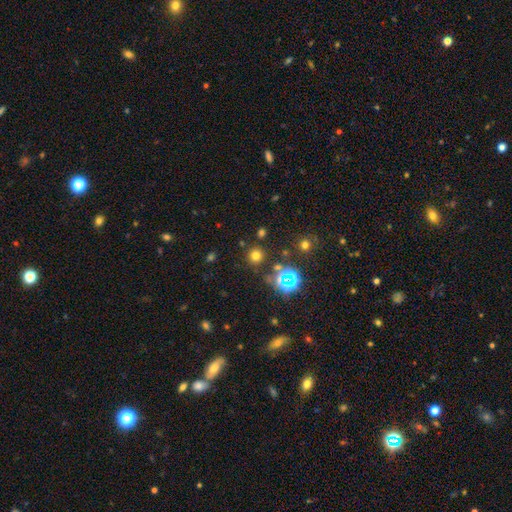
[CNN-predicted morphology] This is likely a smooth galaxy (67%). How rounded: clearly round (93%). Merging: clearly none (85%).